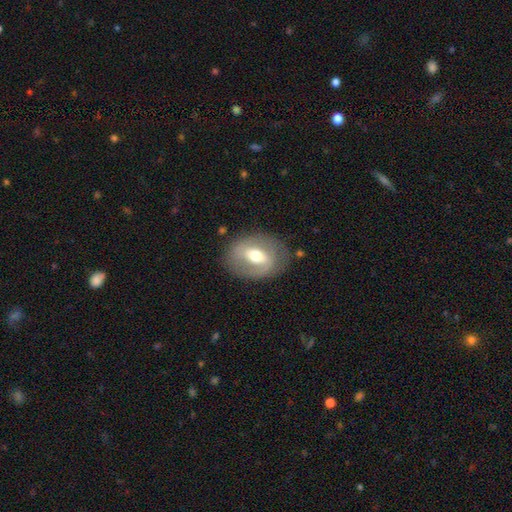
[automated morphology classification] Smooth or featured? featured or disk (55%)
Edge-on disk? no (93%)
Bar? weak (40%)
Spiral arms? no (60%)
Bulge size? moderate (69%)
Merging? none (75%)